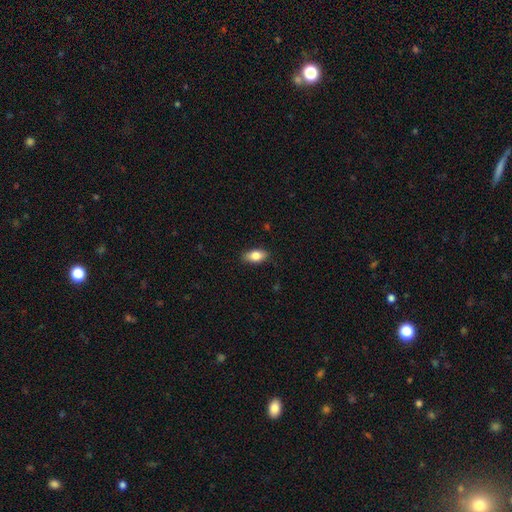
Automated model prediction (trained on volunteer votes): Smooth or featured? Predicted: smooth (p=0.79). How rounded? Predicted: in between (p=0.87). Merging? Predicted: none (p=0.87).